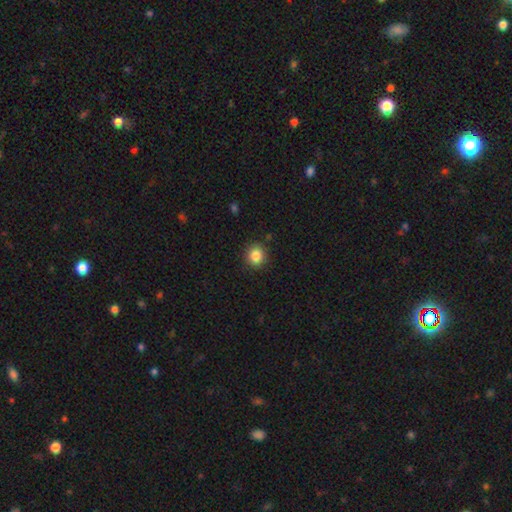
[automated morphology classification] Smooth or featured: smooth — 85% (star or artifact — 10%)
How rounded: round — 83% (in between — 16%)
Merging: none — 89% (minor disturbance — 8%)